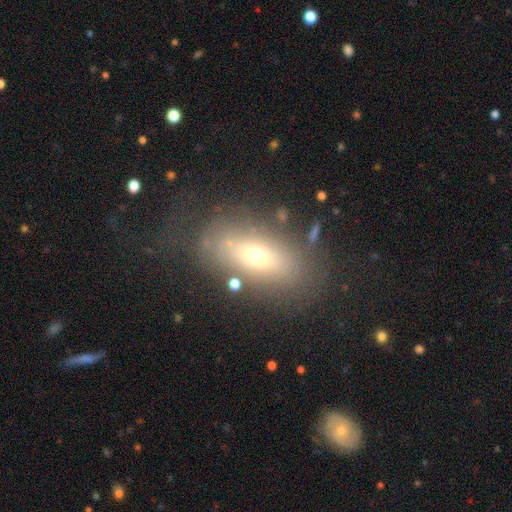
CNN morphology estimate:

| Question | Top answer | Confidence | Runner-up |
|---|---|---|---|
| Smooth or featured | smooth | 50% | featured or disk (38%) |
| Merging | none | 65% | minor disturbance (18%) |